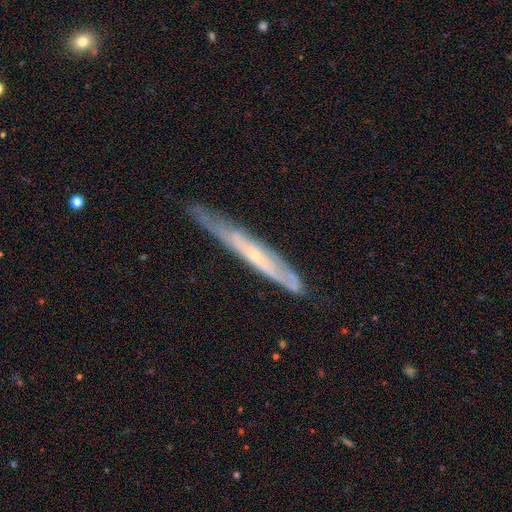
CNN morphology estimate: This is likely a featured or disk galaxy (70%). It is likely viewed edge-on (76%). Edge-on bulge: likely none (61%). Merging: likely none (71%).